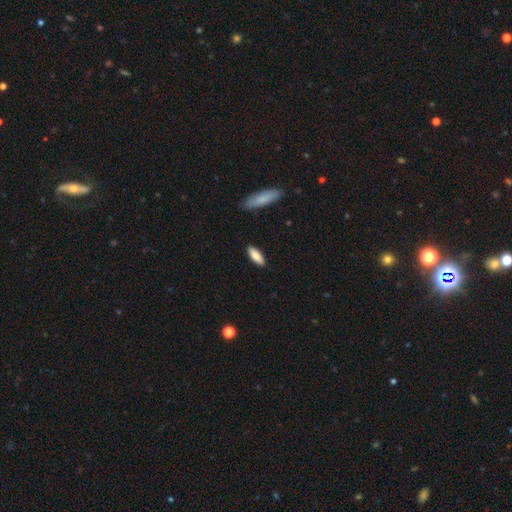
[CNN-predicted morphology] type=smooth (81%); roundness=in between (60%); merging=none (88%).